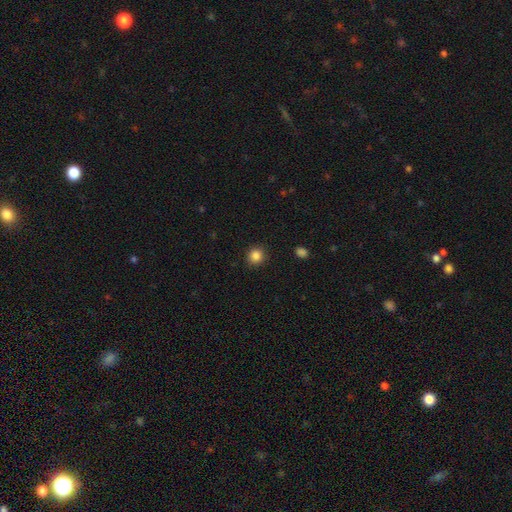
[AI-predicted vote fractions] smooth-or-featured: smooth: 86% | star or artifact: 11% | featured or disk: 4%
  how-rounded: round: 92% | in between: 7% | cigar-shaped: 1%
  merging: none: 91% | minor disturbance: 6% | major disturbance: 2% | merger: 1%